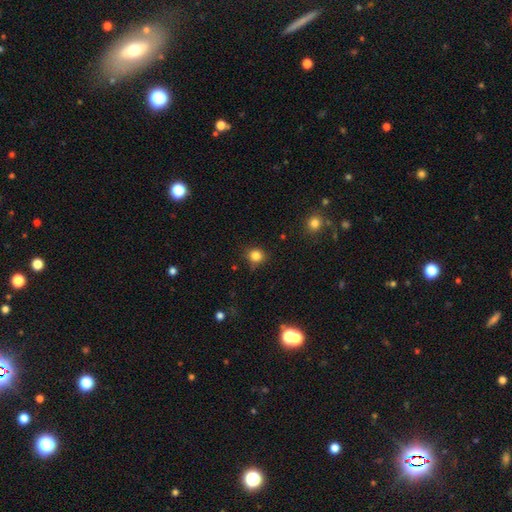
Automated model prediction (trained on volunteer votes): Morphology: type=smooth (83%); roundness=round (88%); merging=none (83%).